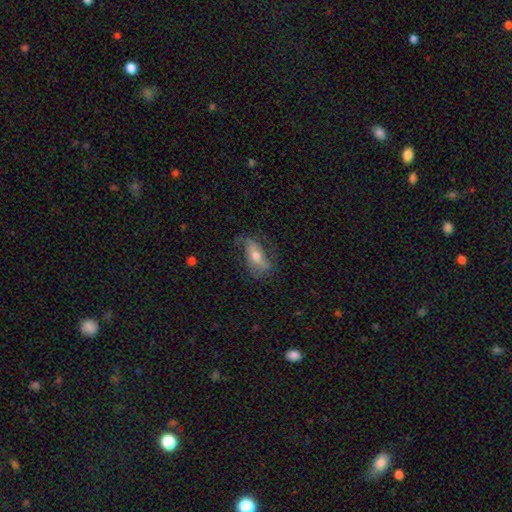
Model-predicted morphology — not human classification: Smooth or featured?
  - featured or disk: 59% *
  - smooth: 33%
  - star or artifact: 8%
Edge-on disk?
  - no: 87% *
  - yes: 13%
Bar?
  - no: 47% *
  - weak: 29%
  - strong: 25%
Spiral arms?
  - yes: 81% *
  - no: 19%
Bulge size?
  - moderate: 67% *
  - small: 23%
  - large: 7%
  - none: 1%
  - dominant: 1%
Merging?
  - none: 61% *
  - minor disturbance: 23%
  - major disturbance: 14%
  - merger: 2%